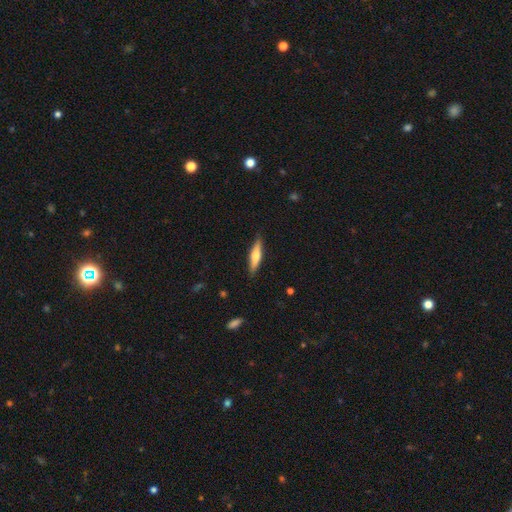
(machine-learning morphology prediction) This is possibly a smooth galaxy (53%). How rounded: likely cigar-shaped (76%). Merging: clearly none (87%).